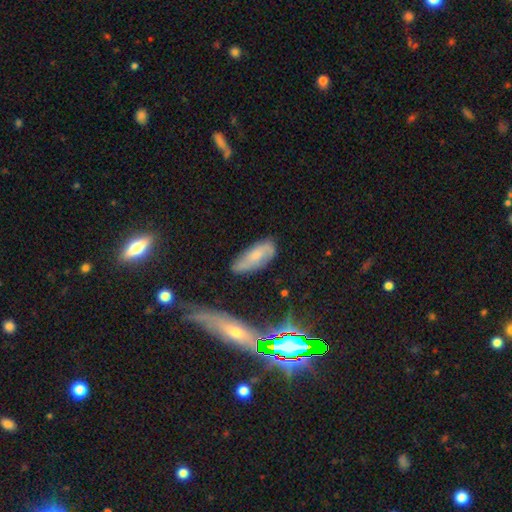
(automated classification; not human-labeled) Smooth or featured: smooth — 51% (featured or disk — 38%)
How rounded: in between — 75% (cigar-shaped — 21%)
Merging: none — 65% (minor disturbance — 24%)